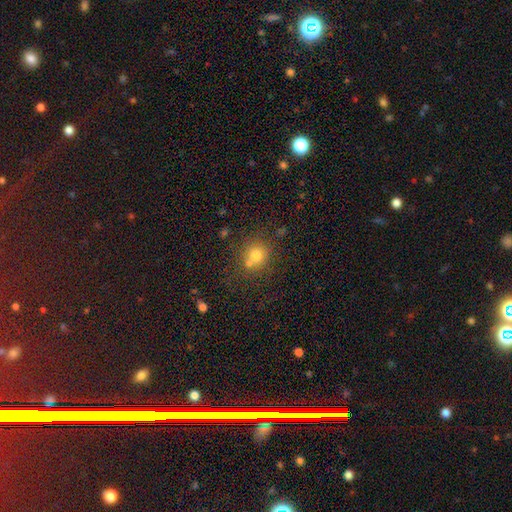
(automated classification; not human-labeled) A smooth galaxy with no disk features (73%) that is round (84%). Merging: none (58%).